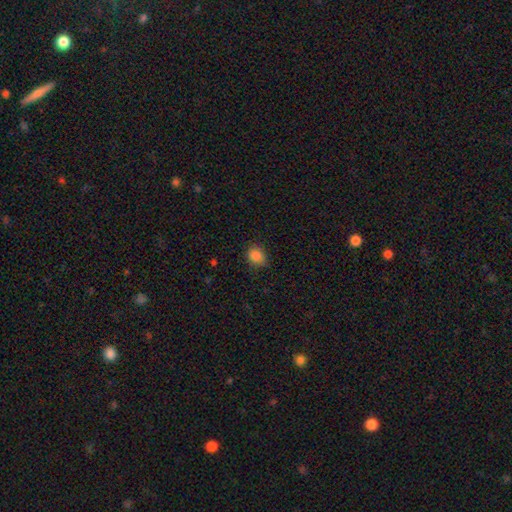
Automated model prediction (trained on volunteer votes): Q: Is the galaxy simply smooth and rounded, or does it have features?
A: smooth — 85%.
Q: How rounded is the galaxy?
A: round — 63%.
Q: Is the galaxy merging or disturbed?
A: none — 78%.